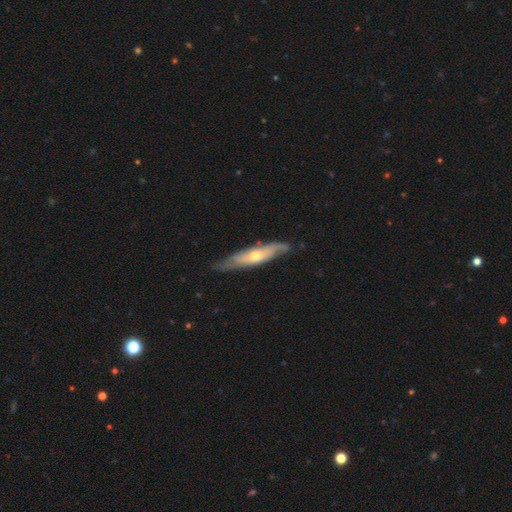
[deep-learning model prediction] Smooth or featured: featured or disk — 63% (smooth — 31%)
Edge-on disk: yes — 58% (no — 42%)
Merging: none — 71% (minor disturbance — 22%)